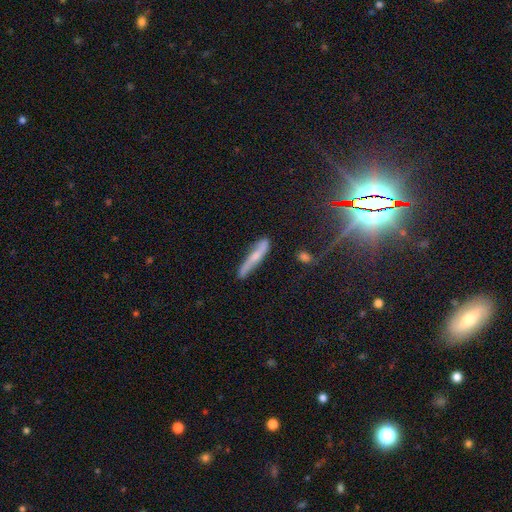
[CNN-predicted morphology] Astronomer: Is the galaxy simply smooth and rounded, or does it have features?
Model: featured or disk — 46% (runner-up: smooth, 45%).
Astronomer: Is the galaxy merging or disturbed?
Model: none — 70%.